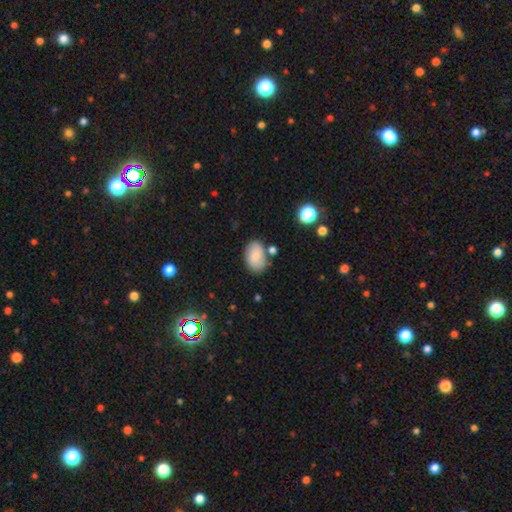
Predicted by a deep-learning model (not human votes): This appears to be a smooth galaxy with no disk features (77%) that is in between round and cigar-shaped (87%). Merging: none (71%).